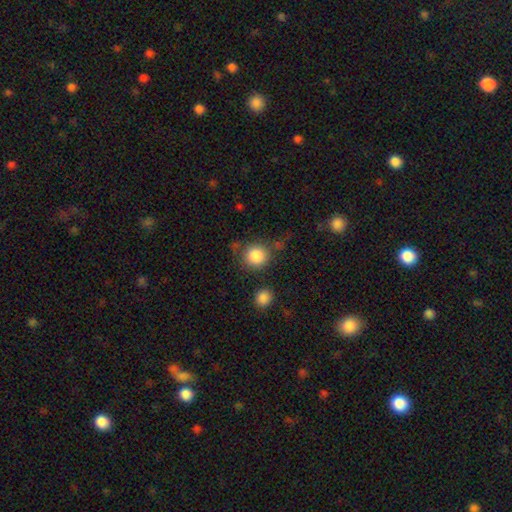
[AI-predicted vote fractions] This appears to be a smooth galaxy with no disk features (87%) that is round (90%). Merging: none (72%).